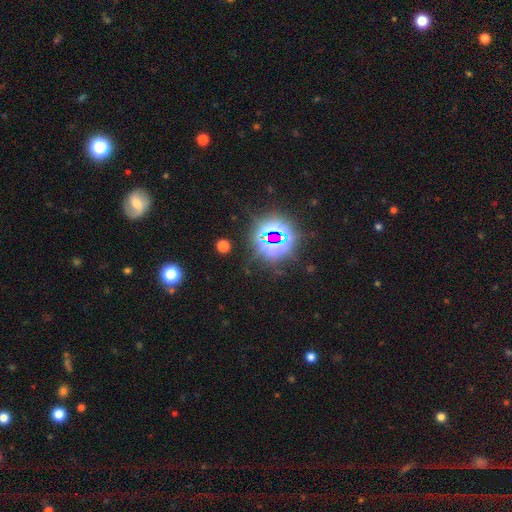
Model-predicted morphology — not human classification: type=star or artifact (77%).